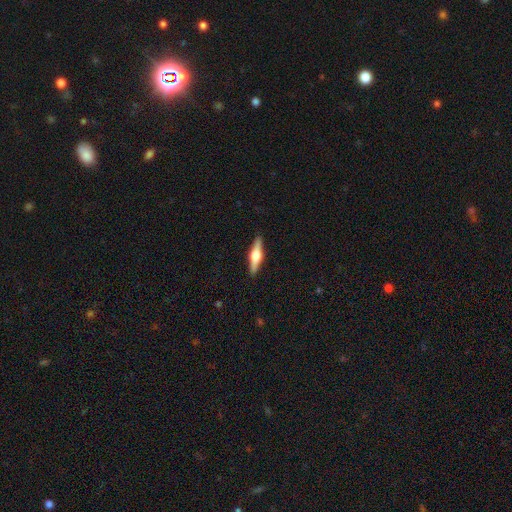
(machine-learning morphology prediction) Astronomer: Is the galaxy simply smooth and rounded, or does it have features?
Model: featured or disk — 68%.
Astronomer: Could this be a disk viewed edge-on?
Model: yes — 97%.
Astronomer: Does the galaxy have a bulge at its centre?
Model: rounded — 91%.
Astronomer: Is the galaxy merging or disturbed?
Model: none — 90%.